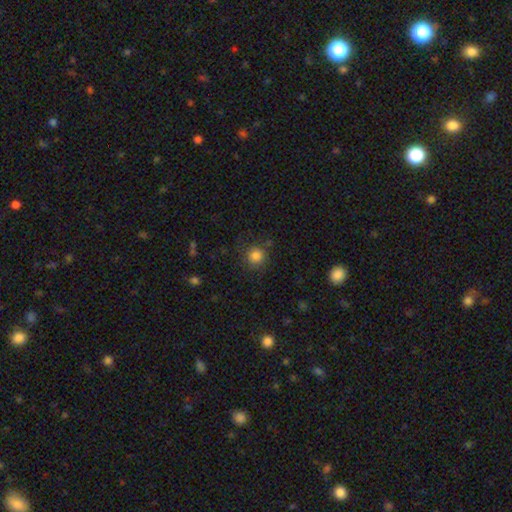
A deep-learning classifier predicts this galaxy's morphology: Smooth or featured? smooth (83%)
How rounded? round (92%)
Merging? none (83%)